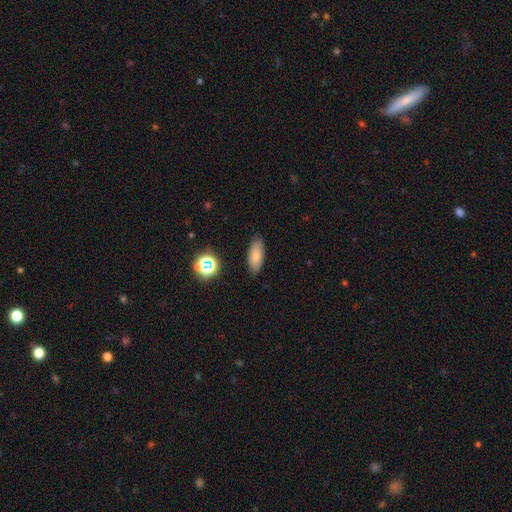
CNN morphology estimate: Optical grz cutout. It shows a smooth galaxy with no disk features (80%) that is in between round and cigar-shaped (80%). Merging: none (85%).